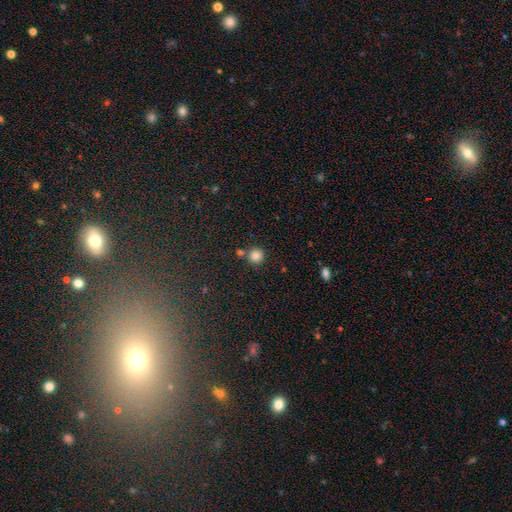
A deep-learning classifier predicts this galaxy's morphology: smooth_or_featured: smooth (p=0.83) [alt: star or artifact p=0.11]
how_rounded: round (p=0.94) [alt: in between p=0.05]
merging: none (p=0.76) [alt: merger p=0.13]